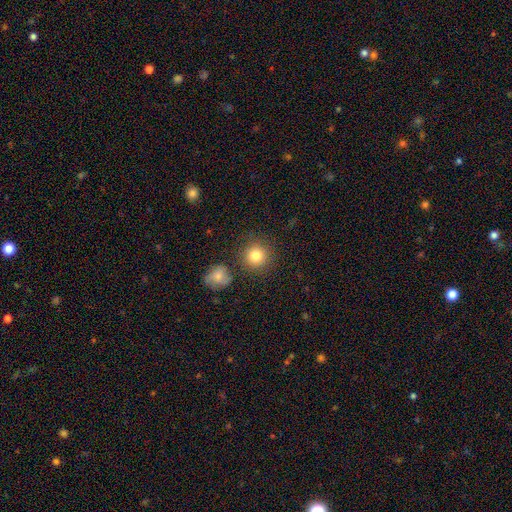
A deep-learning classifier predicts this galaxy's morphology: Q: Smooth or featured?
A: smooth (83%); runner-up: star or artifact (10%)
Q: How rounded?
A: round (93%); runner-up: in between (6%)
Q: Merging?
A: none (83%); runner-up: minor disturbance (8%)